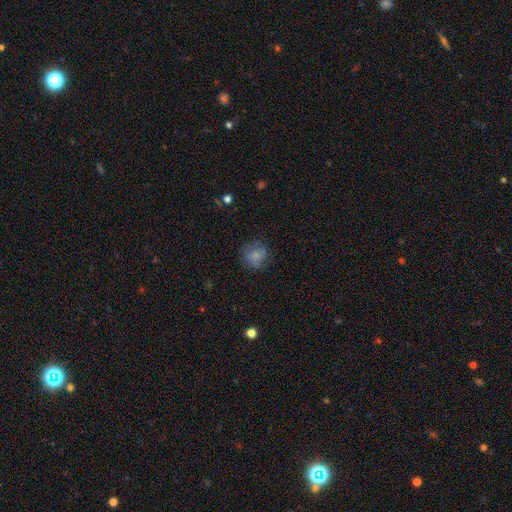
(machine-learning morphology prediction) A smooth galaxy with no disk features (79%) that is round (86%). Merging: none (75%).